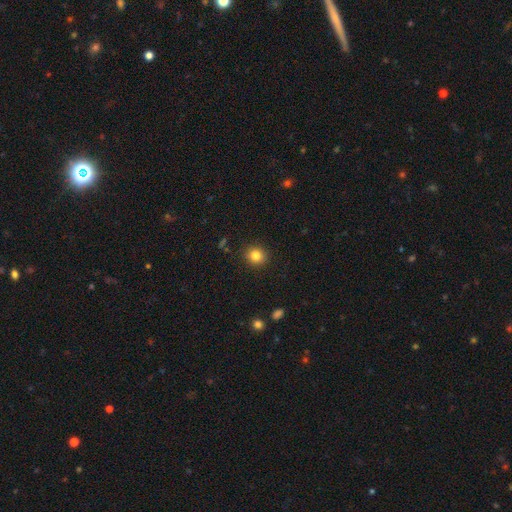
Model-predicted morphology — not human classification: Overall: smooth (83%). How rounded: round (86%). Merging: none (90%).